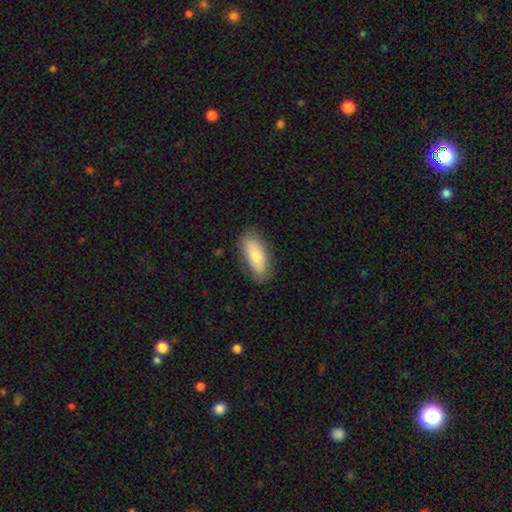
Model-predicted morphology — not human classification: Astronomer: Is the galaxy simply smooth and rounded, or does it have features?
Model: smooth — 75%.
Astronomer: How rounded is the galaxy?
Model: in between — 84%.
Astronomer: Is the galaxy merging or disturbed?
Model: none — 81%.